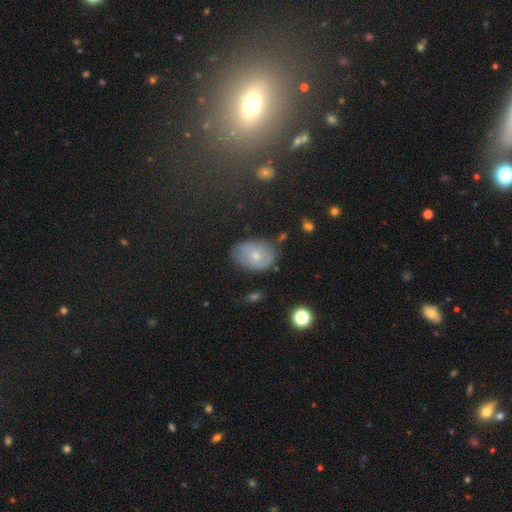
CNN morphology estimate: type=smooth (57%); roundness=in between (75%); merging=none (65%).